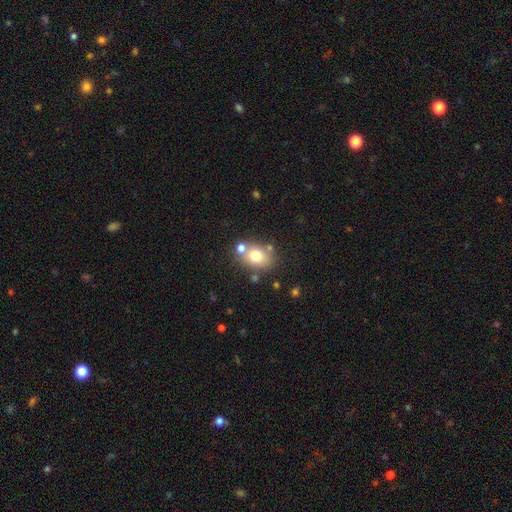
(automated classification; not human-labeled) Smooth or featured: smooth — 72% (featured or disk — 17%)
How rounded: in between — 58% (round — 41%)
Merging: none — 63% (merger — 19%)